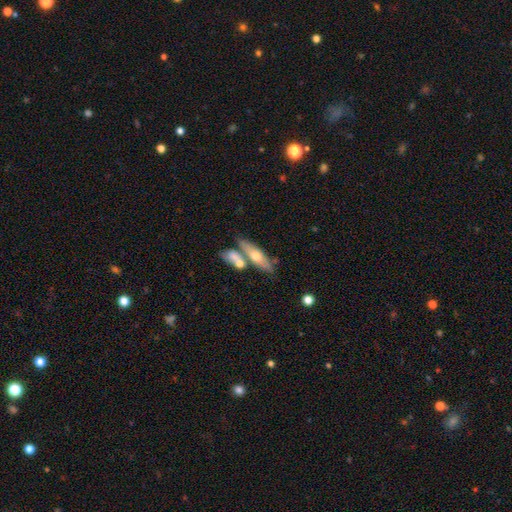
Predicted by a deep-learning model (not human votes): A featured or disk galaxy (46%).

Vote fractions:
- Smooth or featured? featured or disk: 46% / smooth: 35% / star or artifact: 19%
- Merging? none: 51% / merger: 29% / minor disturbance: 12% / major disturbance: 8%